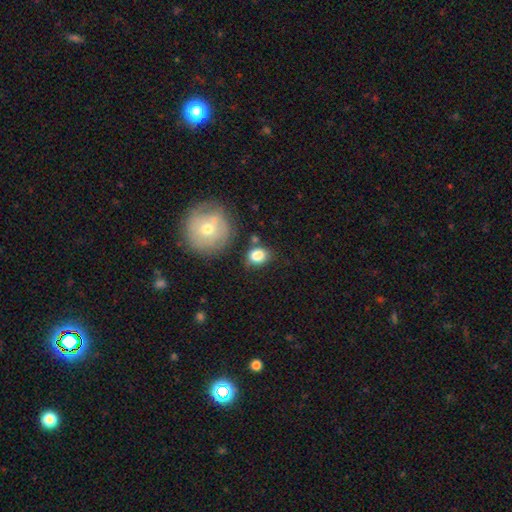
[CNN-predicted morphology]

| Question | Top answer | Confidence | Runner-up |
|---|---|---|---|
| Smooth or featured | smooth | 82% | star or artifact (9%) |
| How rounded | round | 58% | in between (41%) |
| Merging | none | 63% | minor disturbance (20%) |